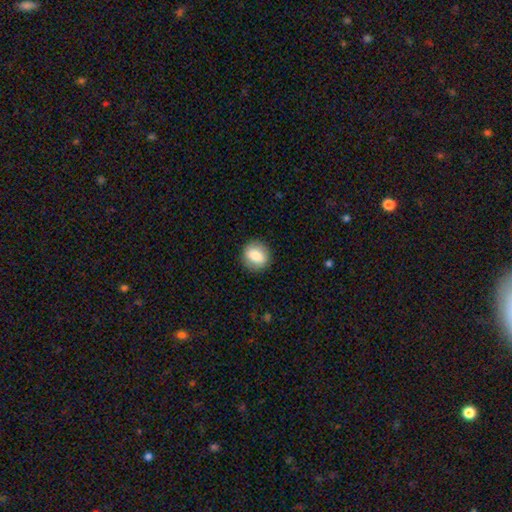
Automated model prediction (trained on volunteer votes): A smooth galaxy with no disk features (78%) that is round (72%).

Vote fractions:
- Smooth or featured? smooth: 78% / featured or disk: 14% / star or artifact: 8%
- How rounded? round: 72% / in between: 27% / cigar-shaped: 1%
- Merging? none: 87% / minor disturbance: 9% / major disturbance: 3% / merger: 1%